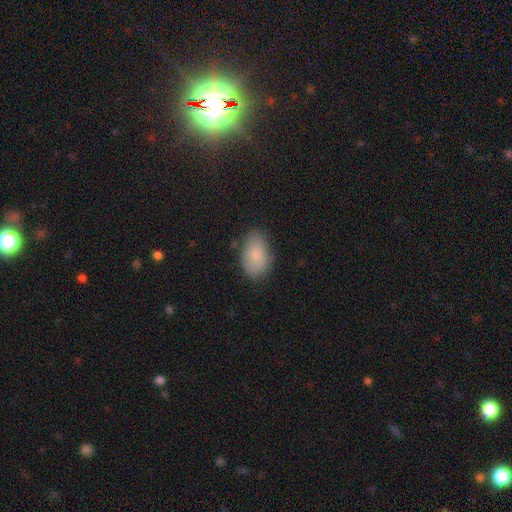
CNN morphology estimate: A smooth galaxy with no disk features (83%) that is in between round and cigar-shaped (91%).

Vote fractions:
- Smooth or featured? smooth: 83% / featured or disk: 10% / star or artifact: 7%
- How rounded? in between: 91% / round: 8% / cigar-shaped: 1%
- Merging? none: 76% / minor disturbance: 18% / major disturbance: 4% / merger: 2%